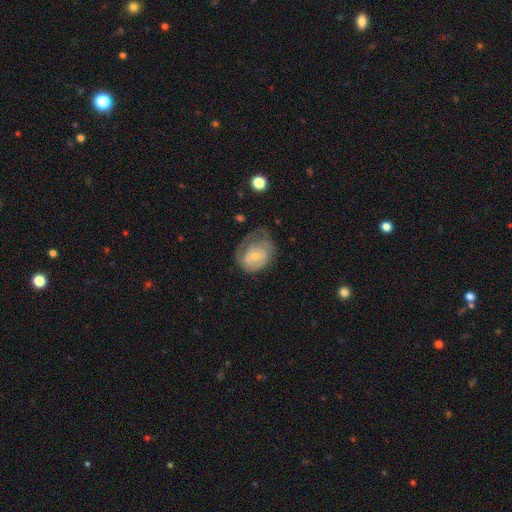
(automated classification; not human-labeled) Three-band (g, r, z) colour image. It shows a featured or disk galaxy (59%) with no bar (64%), spiral arms (70%) and a small central bulge (60%). Merging: none (40%).